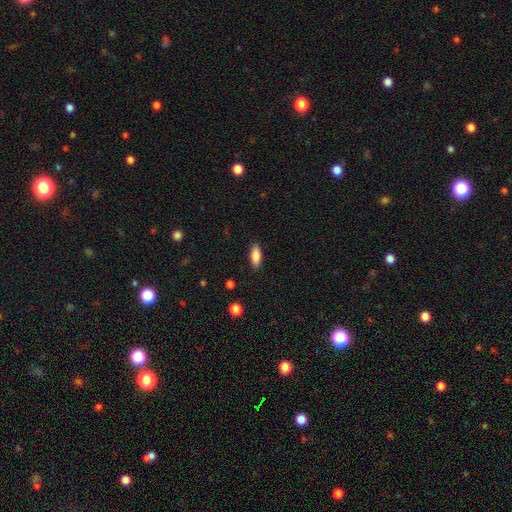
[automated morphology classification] This appears to be a smooth galaxy with no disk features (86%) that is in between round and cigar-shaped (80%). Merging: none (87%).